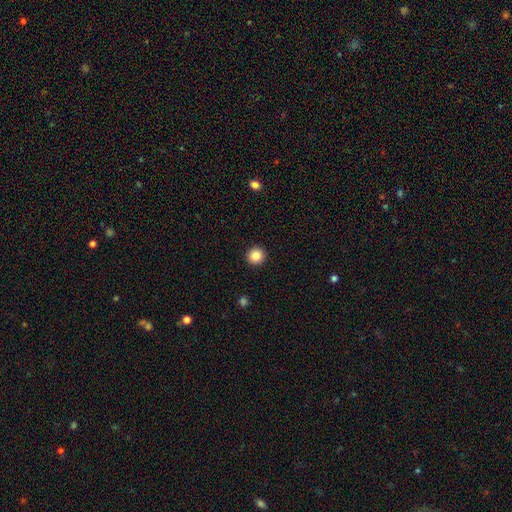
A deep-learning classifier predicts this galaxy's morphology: smooth-or-featured: smooth: 86% | star or artifact: 10% | featured or disk: 4%
  how-rounded: round: 95% | in between: 4% | cigar-shaped: 1%
  merging: none: 93% | minor disturbance: 4% | major disturbance: 1% | merger: 1%